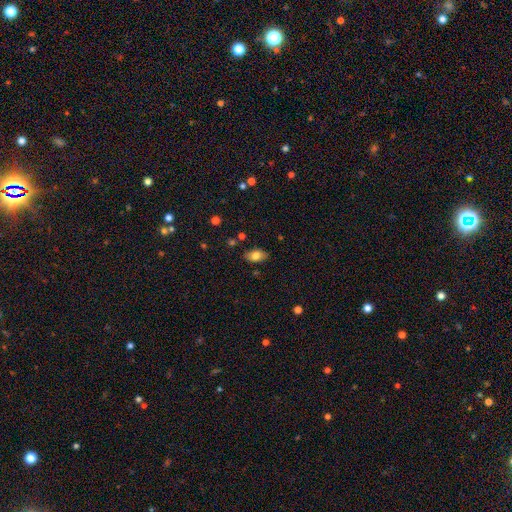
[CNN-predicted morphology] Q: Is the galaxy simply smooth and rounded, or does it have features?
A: smooth — 78%.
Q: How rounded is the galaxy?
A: in between — 90%.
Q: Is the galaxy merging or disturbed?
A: none — 83%.